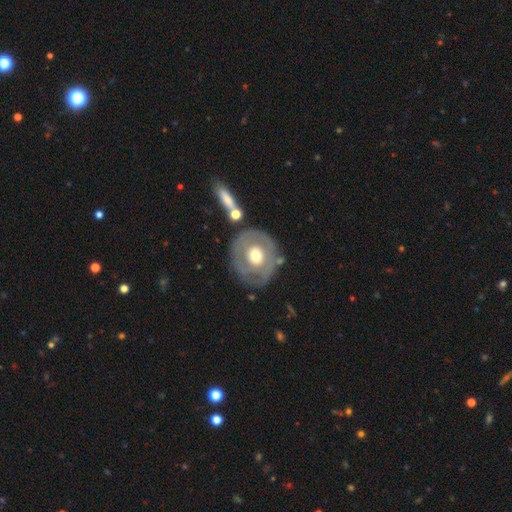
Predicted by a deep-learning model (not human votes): smooth-or-featured: featured or disk: 56% | smooth: 38% | star or artifact: 6%
  disk-edge-on: no: 95% | yes: 5%
    bar: no: 86% | weak: 11% | strong: 4%
    has-spiral-arms: no: 77% | yes: 23%
    bulge-size: moderate: 62% | large: 27% | small: 7% | dominant: 2% | none: 1%
  merging: none: 69% | minor disturbance: 16% | major disturbance: 8% | merger: 6%